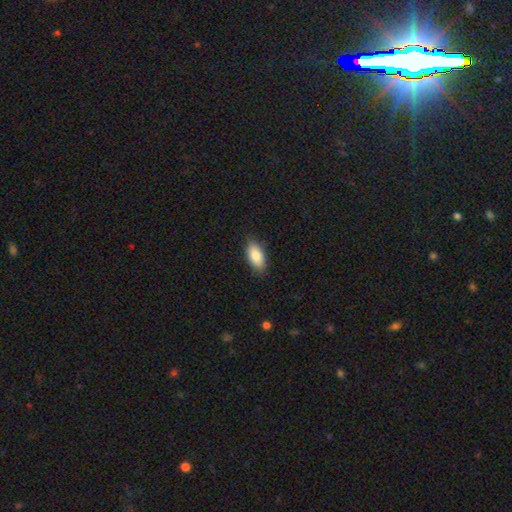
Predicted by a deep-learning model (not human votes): Smooth or featured: smooth — 85% (featured or disk — 8%)
How rounded: in between — 91% (cigar-shaped — 6%)
Merging: none — 84% (minor disturbance — 12%)